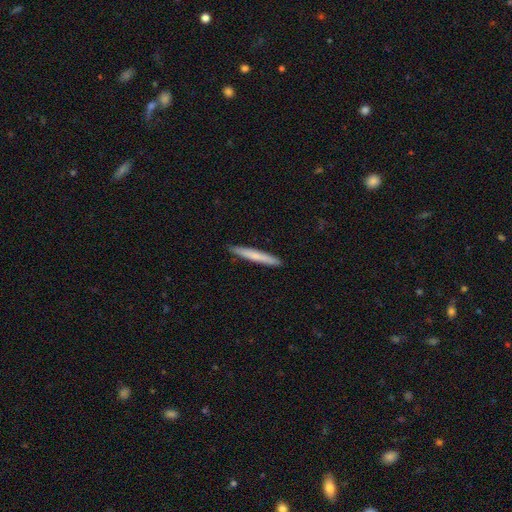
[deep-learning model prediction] smooth-or-featured: smooth: 68% | featured or disk: 27% | star or artifact: 5%
  how-rounded: cigar-shaped: 96% | in between: 3% | round: 1%
  merging: none: 91% | minor disturbance: 6% | major disturbance: 1% | merger: 1%